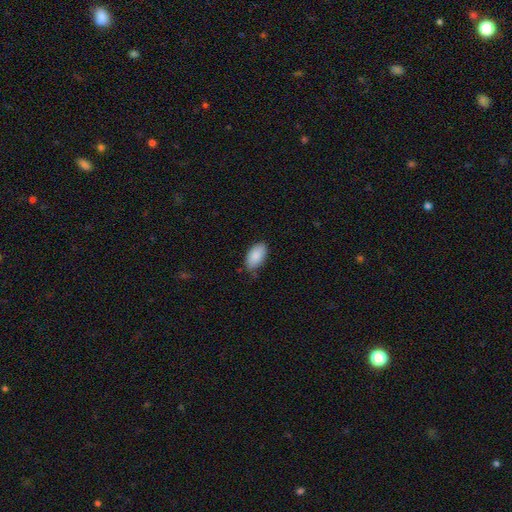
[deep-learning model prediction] Smooth or featured?
  - smooth: 87% *
  - star or artifact: 7%
  - featured or disk: 6%
How rounded?
  - in between: 95% *
  - round: 3%
  - cigar-shaped: 2%
Merging?
  - none: 71% *
  - minor disturbance: 24%
  - major disturbance: 3%
  - merger: 2%